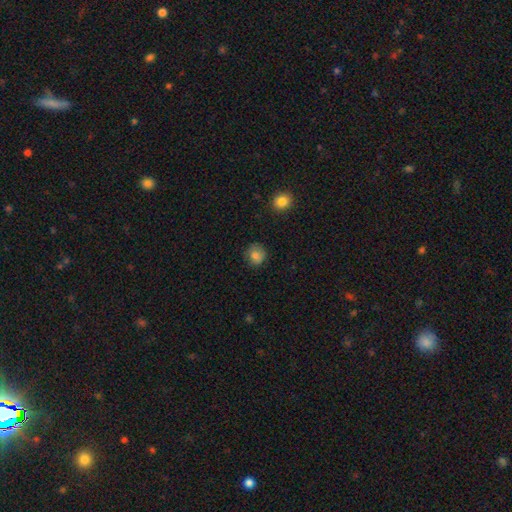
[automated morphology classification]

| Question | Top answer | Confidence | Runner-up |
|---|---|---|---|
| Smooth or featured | smooth | 82% | star or artifact (10%) |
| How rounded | round | 84% | in between (15%) |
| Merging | none | 80% | minor disturbance (15%) |